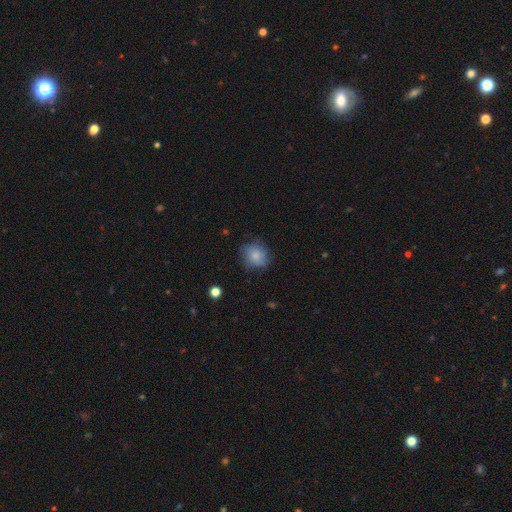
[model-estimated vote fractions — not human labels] This is likely a smooth galaxy (76%). How rounded: likely round (78%). Merging: likely none (70%).